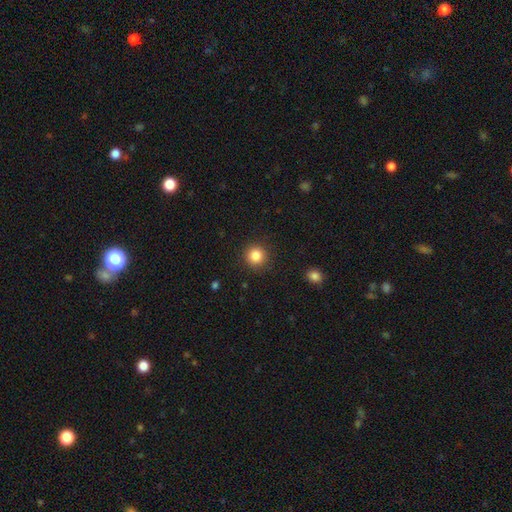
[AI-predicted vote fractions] Smooth or featured? smooth (84%)
How rounded? round (94%)
Merging? none (91%)